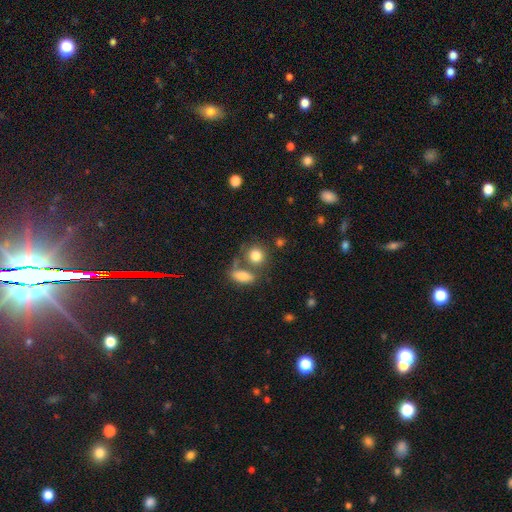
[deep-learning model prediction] This appears to be a smooth galaxy with no disk features (81%) that is round (70%). Merging: none (53%).